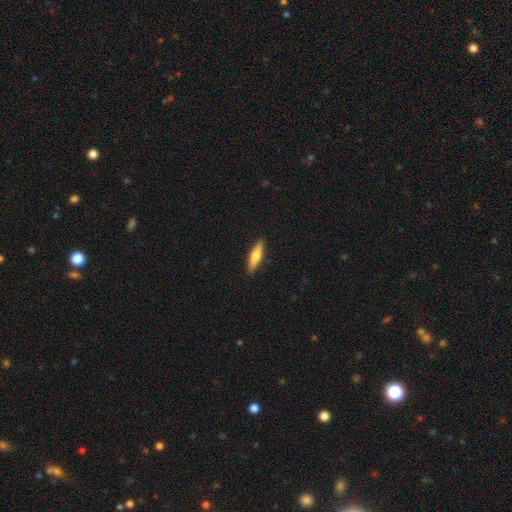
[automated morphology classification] Smooth or featured?
  - smooth: 64% *
  - featured or disk: 30%
  - star or artifact: 5%
How rounded?
  - cigar-shaped: 72% *
  - in between: 26%
  - round: 2%
Merging?
  - none: 90% *
  - minor disturbance: 8%
  - major disturbance: 2%
  - merger: 1%